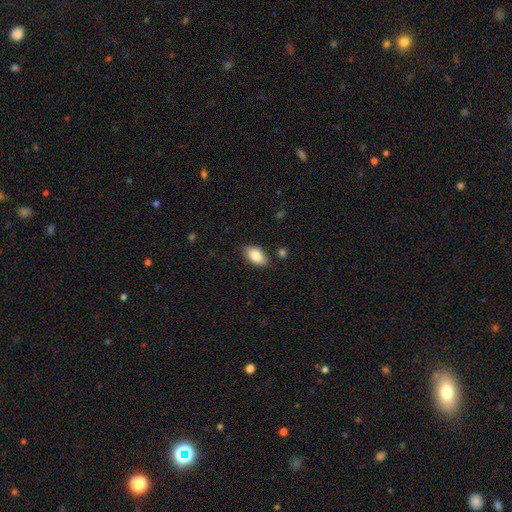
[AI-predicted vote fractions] A smooth galaxy with no disk features (85%) that is in between round and cigar-shaped (93%).

Vote fractions:
- Smooth or featured? smooth: 85% / featured or disk: 9% / star or artifact: 7%
- How rounded? in between: 93% / round: 4% / cigar-shaped: 3%
- Merging? none: 85% / minor disturbance: 11% / merger: 2% / major disturbance: 2%